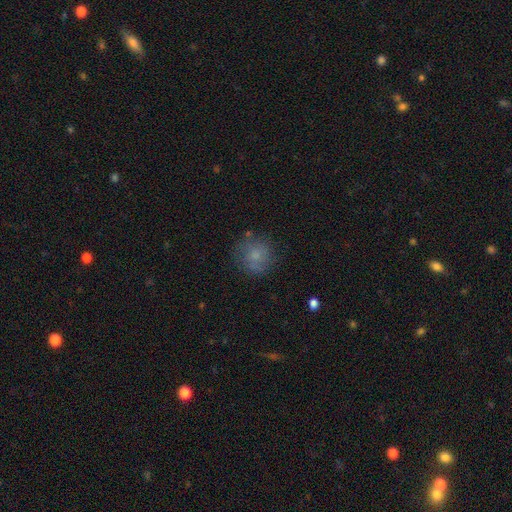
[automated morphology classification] smooth 73%, featured or disk 16%, star or artifact 11%. Down the decision tree: how rounded — round (89%); merging — none (75%).